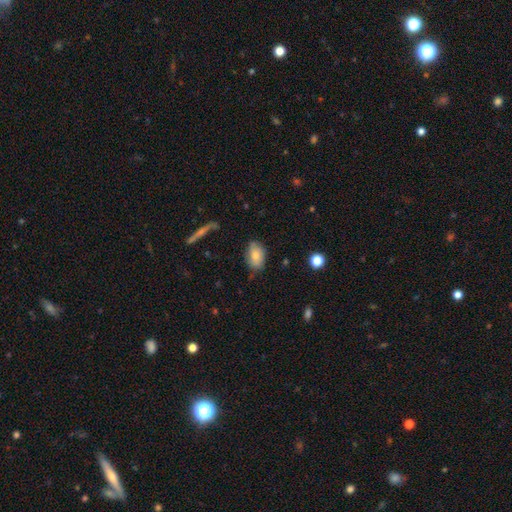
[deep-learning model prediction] Q: Smooth or featured?
A: smooth (76%); runner-up: featured or disk (16%)
Q: How rounded?
A: in between (88%); runner-up: round (10%)
Q: Merging?
A: none (75%); runner-up: minor disturbance (20%)